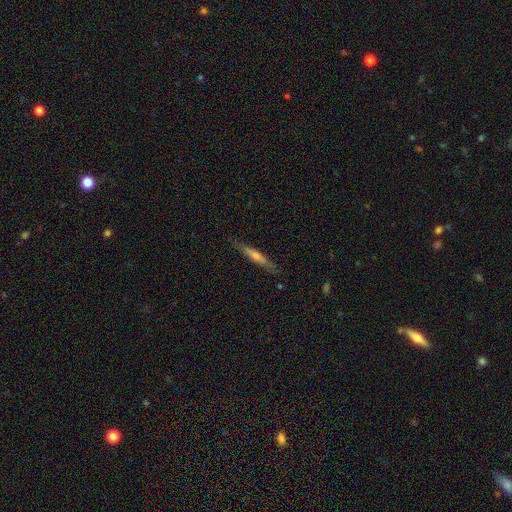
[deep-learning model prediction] smooth-or-featured: featured or disk: 54% | smooth: 39% | star or artifact: 6%
  disk-edge-on: yes: 94% | no: 6%
    edge-on-bulge: rounded: 62% | none: 30% | boxy: 8%
  merging: none: 85% | minor disturbance: 11% | major disturbance: 2% | merger: 1%